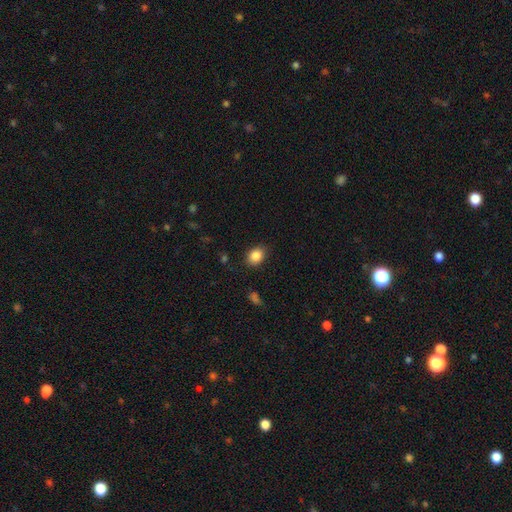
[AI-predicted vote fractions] Smooth or featured?
  - smooth: 87% *
  - star or artifact: 9%
  - featured or disk: 4%
How rounded?
  - in between: 63% *
  - round: 36%
  - cigar-shaped: 1%
Merging?
  - none: 83% *
  - minor disturbance: 13%
  - major disturbance: 3%
  - merger: 1%